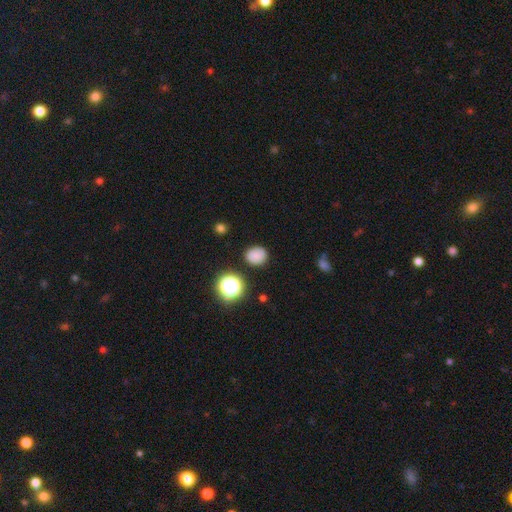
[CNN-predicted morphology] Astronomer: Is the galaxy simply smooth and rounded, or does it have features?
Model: smooth — 80%.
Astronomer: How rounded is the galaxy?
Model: round — 75%.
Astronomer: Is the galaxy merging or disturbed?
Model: none — 85%.